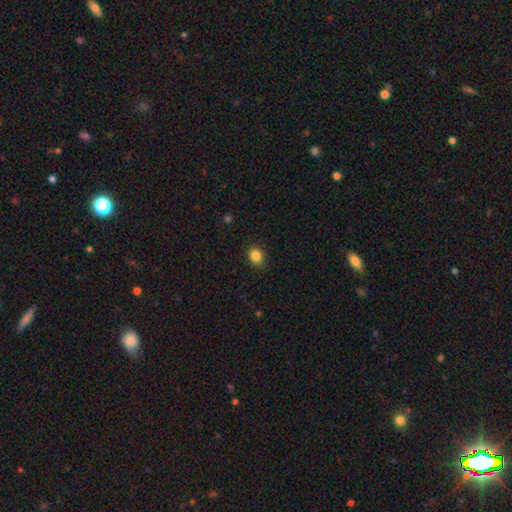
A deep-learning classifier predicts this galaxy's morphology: Q: Smooth or featured?
A: smooth (86%); runner-up: star or artifact (11%)
Q: How rounded?
A: round (55%); runner-up: in between (44%)
Q: Merging?
A: none (88%); runner-up: minor disturbance (9%)